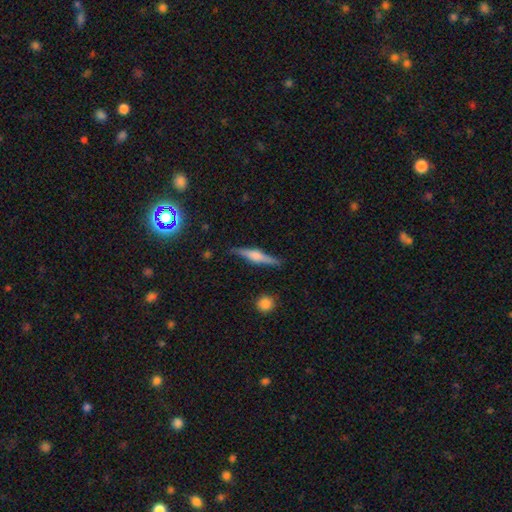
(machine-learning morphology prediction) Overall: featured or disk (71%). Edge-on disk: yes (97%). Edge-on bulge: rounded (75%). Merging: none (87%).